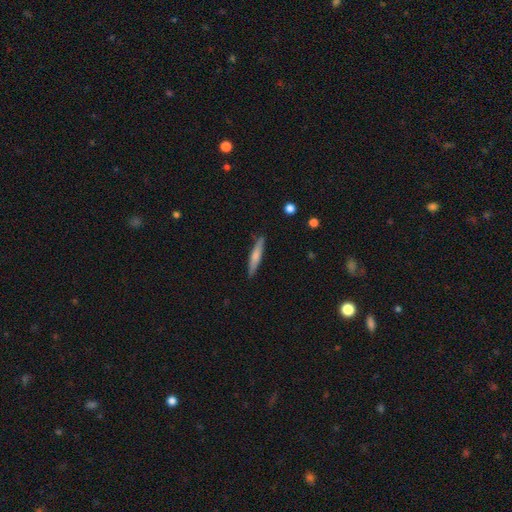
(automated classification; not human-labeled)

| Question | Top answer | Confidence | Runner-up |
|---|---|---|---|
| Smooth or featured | smooth | 62% | featured or disk (32%) |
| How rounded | cigar-shaped | 91% | in between (7%) |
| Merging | none | 87% | minor disturbance (9%) |